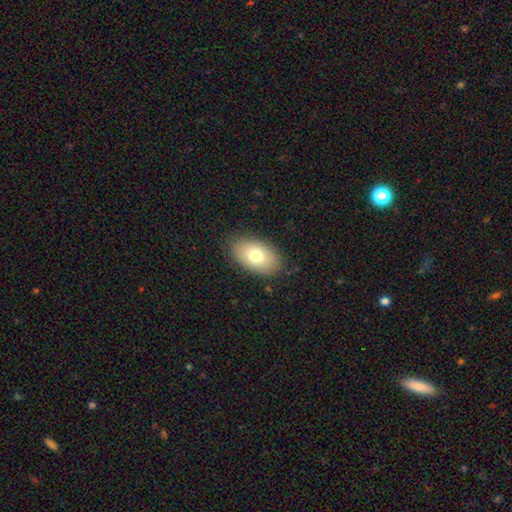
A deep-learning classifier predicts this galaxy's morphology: Smooth or featured? Predicted: smooth (p=0.75). How rounded? Predicted: in between (p=0.92). Merging? Predicted: none (p=0.85).